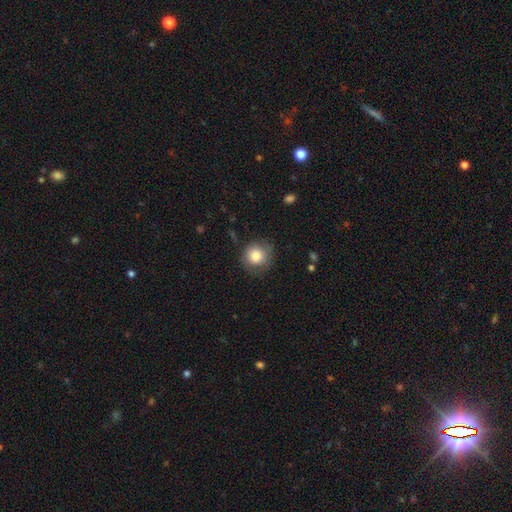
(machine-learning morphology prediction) A smooth galaxy with no disk features (80%) that is round (89%).

Vote fractions:
- Smooth or featured? smooth: 80% / featured or disk: 12% / star or artifact: 8%
- How rounded? round: 89% / in between: 10% / cigar-shaped: 1%
- Merging? none: 72% / minor disturbance: 20% / major disturbance: 7% / merger: 1%